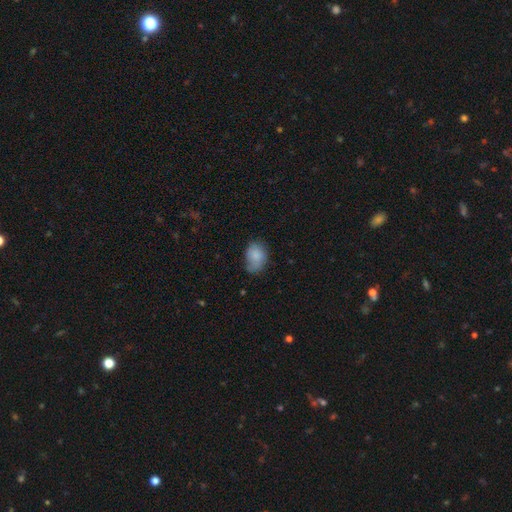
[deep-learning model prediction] Smooth or featured? Predicted: smooth (p=0.82). How rounded? Predicted: in between (p=0.78). Merging? Predicted: none (p=0.55).